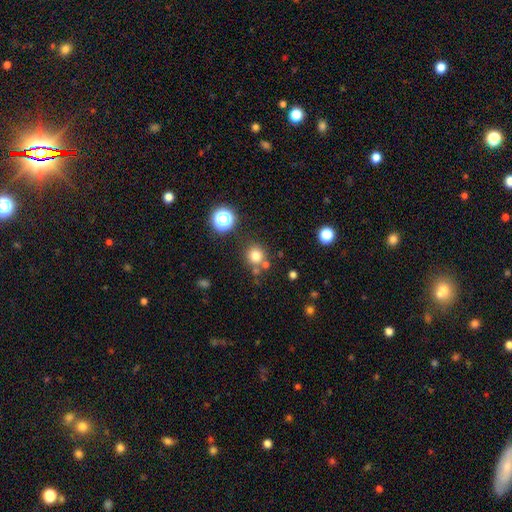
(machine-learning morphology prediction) smooth_or_featured: smooth (p=0.77) [alt: star or artifact p=0.16]
how_rounded: round (p=0.92) [alt: in between p=0.07]
merging: none (p=0.74) [alt: merger p=0.12]